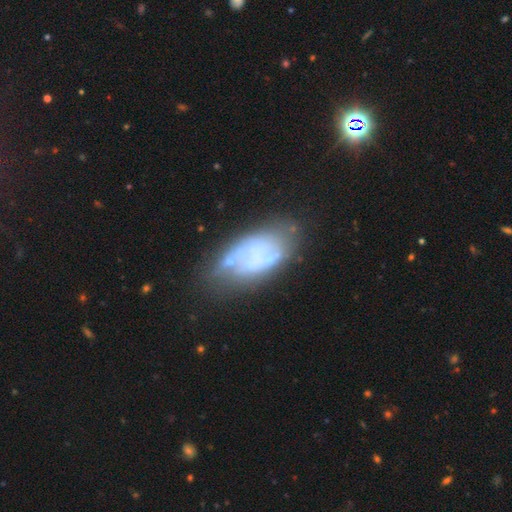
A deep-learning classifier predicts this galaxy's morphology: A featured or disk galaxy (55%) with no bar (89%), no spiral arms (82%) and no central bulge (76%).

Vote fractions:
- Smooth or featured? featured or disk: 55% / smooth: 34% / star or artifact: 11%
- Edge-on disk? no: 94% / yes: 6%
- Bar? no: 89% / weak: 8% / strong: 3%
- Spiral arms? no: 82% / yes: 18%
- Bulge size? none: 76% / small: 12% / moderate: 7% / large: 3% / dominant: 2%
- Merging? none: 45% / minor disturbance: 28% / major disturbance: 19% / merger: 8%